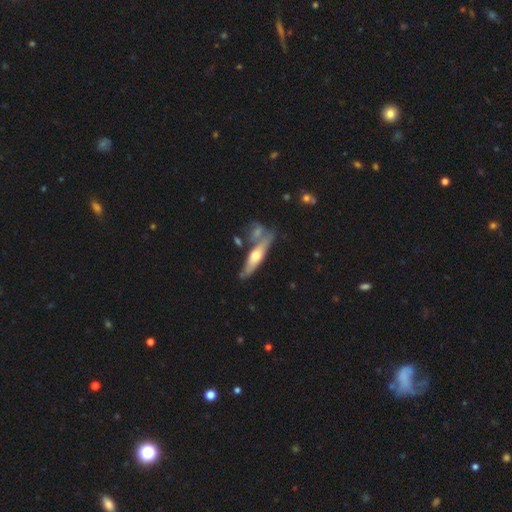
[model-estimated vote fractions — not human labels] Morphology: type=featured or disk (52%); edge-on=yes (79%); merging=none (64%).